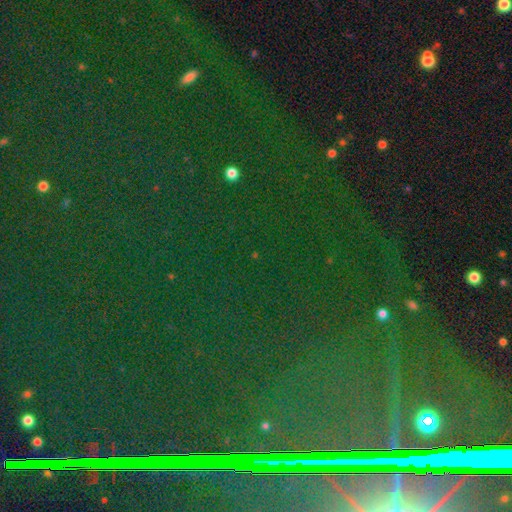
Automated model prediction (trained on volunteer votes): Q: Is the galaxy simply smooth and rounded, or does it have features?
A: star or artifact — 81%.